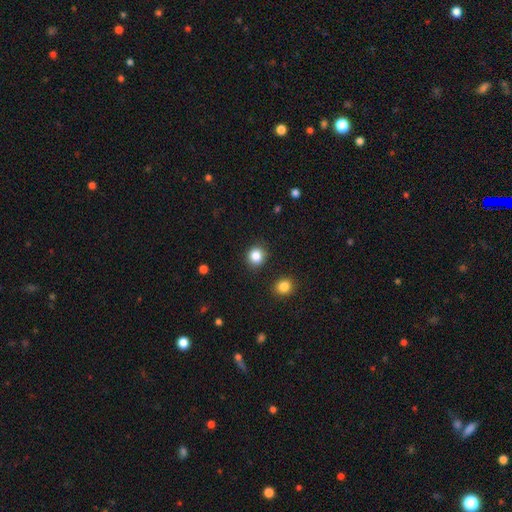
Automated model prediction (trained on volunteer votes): This is clearly a smooth galaxy (85%). How rounded: clearly round (87%). Merging: clearly none (89%).